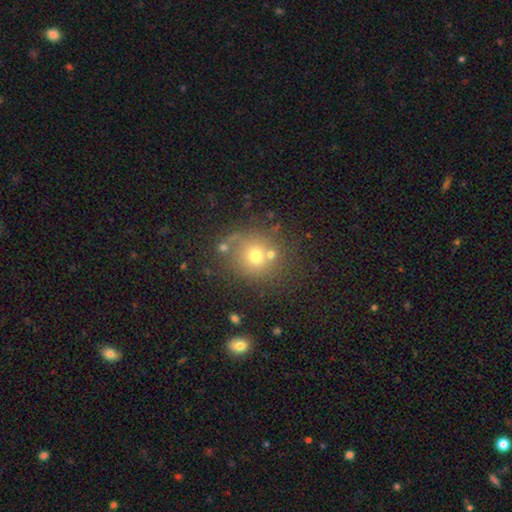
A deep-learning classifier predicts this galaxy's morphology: smooth_or_featured: smooth (p=0.66) [alt: star or artifact p=0.18]
how_rounded: round (p=0.86) [alt: in between p=0.13]
merging: none (p=0.66) [alt: merger p=0.15]